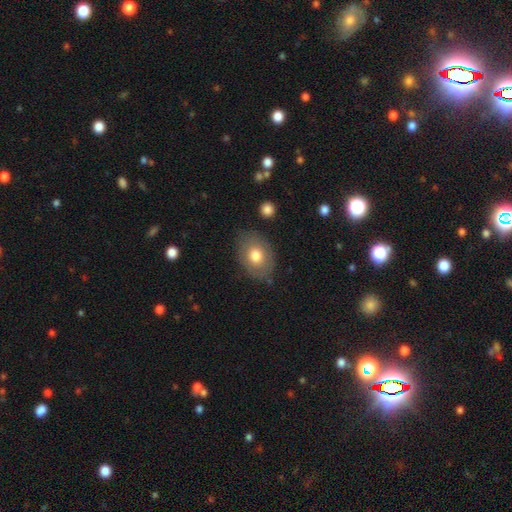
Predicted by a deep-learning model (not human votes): smooth 71%, featured or disk 22%, star or artifact 8%. Down the decision tree: how rounded — in between (77%); merging — none (77%).